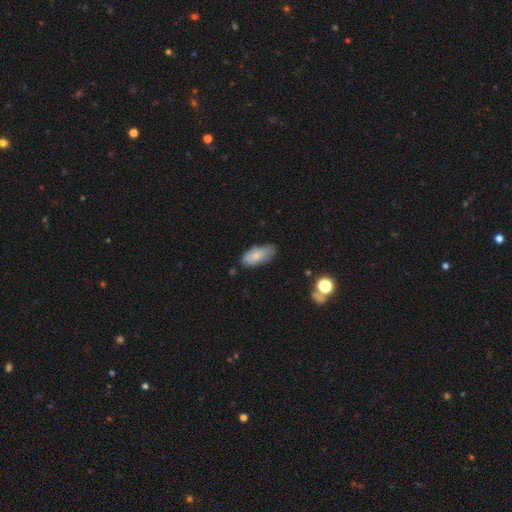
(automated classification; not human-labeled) This appears to be a smooth galaxy with no disk features (77%) that is in between round and cigar-shaped (89%). Merging: none (65%).